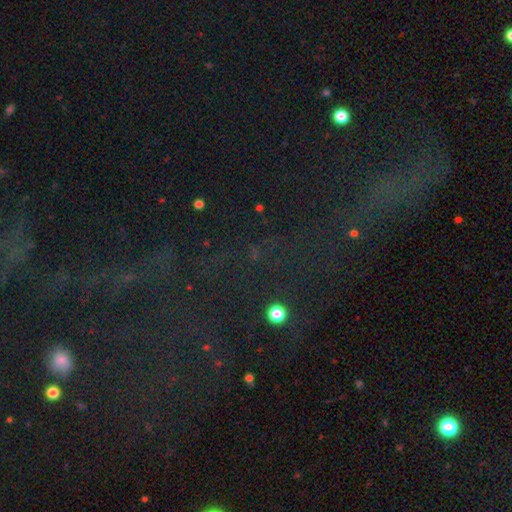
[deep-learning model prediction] A star or artifact, not a galaxy (73%).

Vote fractions:
- Smooth or featured? star or artifact: 73% / smooth: 16% / featured or disk: 12%